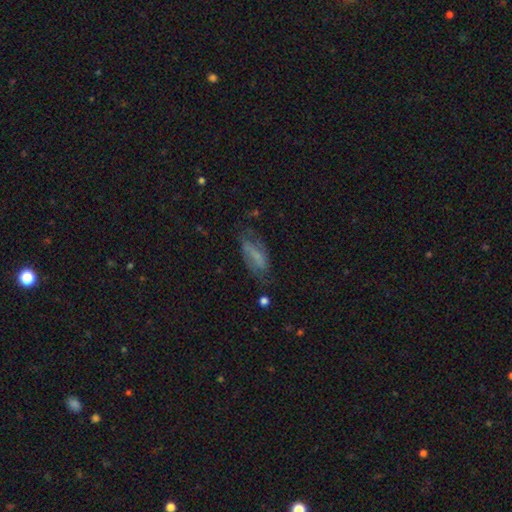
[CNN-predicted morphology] smooth-or-featured: smooth: 44% (tied) | featured or disk: 44% (tied) | star or artifact: 11%
  merging: none: 54% | minor disturbance: 25% | major disturbance: 17% | merger: 3%